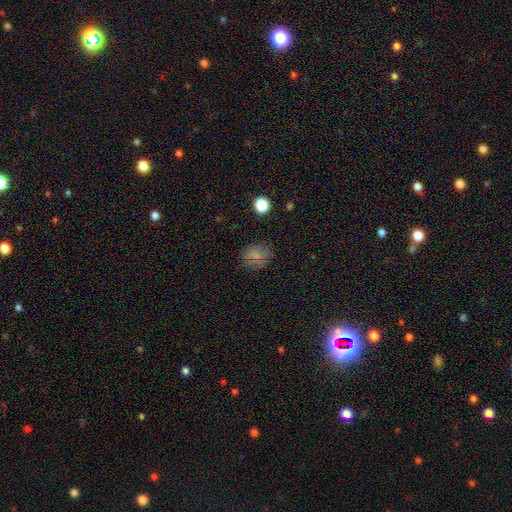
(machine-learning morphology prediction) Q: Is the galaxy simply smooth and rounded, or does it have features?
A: smooth — 69%.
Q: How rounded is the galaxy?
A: round — 66%.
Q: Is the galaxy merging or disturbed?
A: none — 82%.